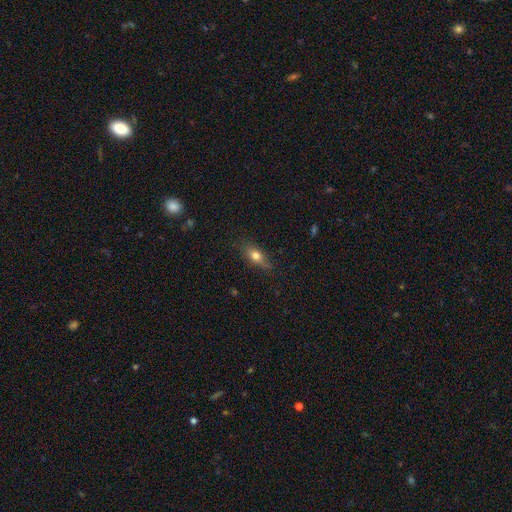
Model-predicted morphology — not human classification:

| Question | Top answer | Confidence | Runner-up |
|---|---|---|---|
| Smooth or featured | smooth | 71% | featured or disk (20%) |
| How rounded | in between | 70% | cigar-shaped (19%) |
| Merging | none | 76% | minor disturbance (18%) |